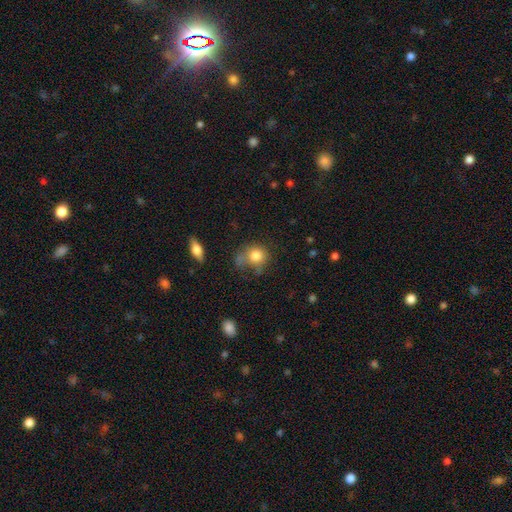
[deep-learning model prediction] smooth 80%, featured or disk 10%, star or artifact 10%. Down the decision tree: how rounded — round (77%); merging — none (48%).